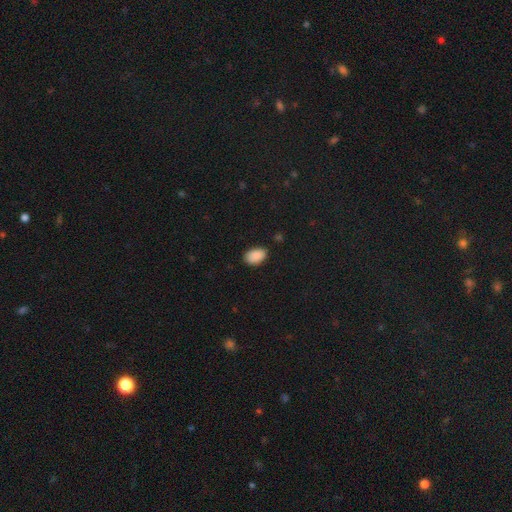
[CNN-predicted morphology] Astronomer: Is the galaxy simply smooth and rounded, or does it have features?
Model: smooth — 89%.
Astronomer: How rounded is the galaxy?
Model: in between — 89%.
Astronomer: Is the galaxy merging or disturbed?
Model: none — 82%.